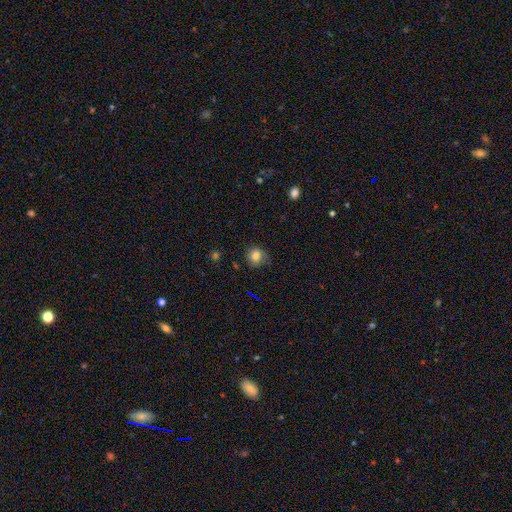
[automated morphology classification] A smooth galaxy with no disk features (80%) that is round (84%). Merging: none (67%).